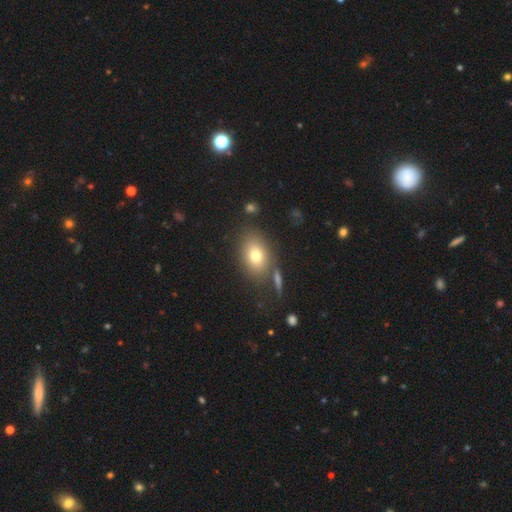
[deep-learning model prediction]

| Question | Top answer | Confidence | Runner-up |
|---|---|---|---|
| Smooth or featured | smooth | 75% | featured or disk (14%) |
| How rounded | in between | 76% | round (22%) |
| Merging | none | 74% | minor disturbance (12%) |